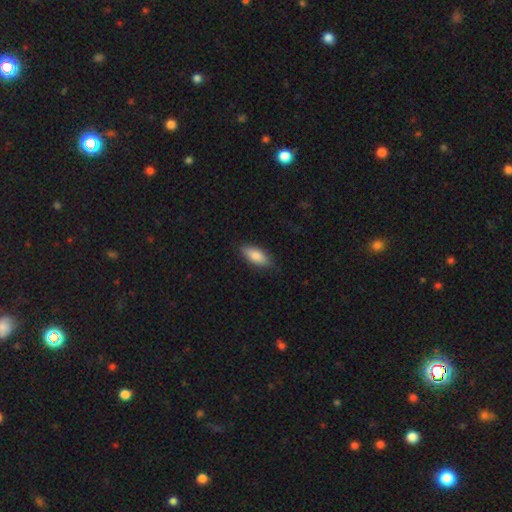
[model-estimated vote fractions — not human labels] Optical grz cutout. It shows a smooth galaxy with no disk features (84%) that is in between round and cigar-shaped (80%). Merging: none (85%).